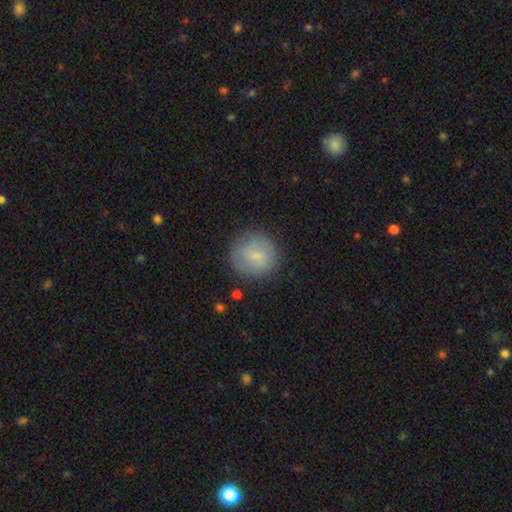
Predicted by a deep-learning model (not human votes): Smooth or featured? Predicted: smooth (p=0.78). How rounded? Predicted: round (p=0.93). Merging? Predicted: none (p=0.83).